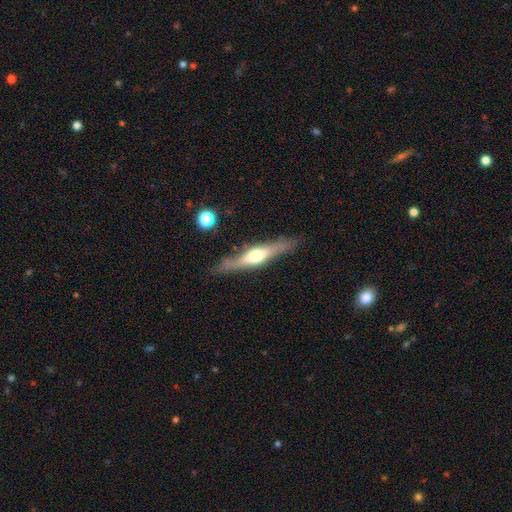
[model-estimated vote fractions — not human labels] smooth_or_featured: featured or disk (p=0.68) [alt: smooth p=0.27]
disk_edge_on: yes (p=0.94) [alt: no p=0.06]
edge_on_bulge: rounded (p=0.89) [alt: boxy p=0.08]
merging: none (p=0.82) [alt: minor disturbance p=0.12]